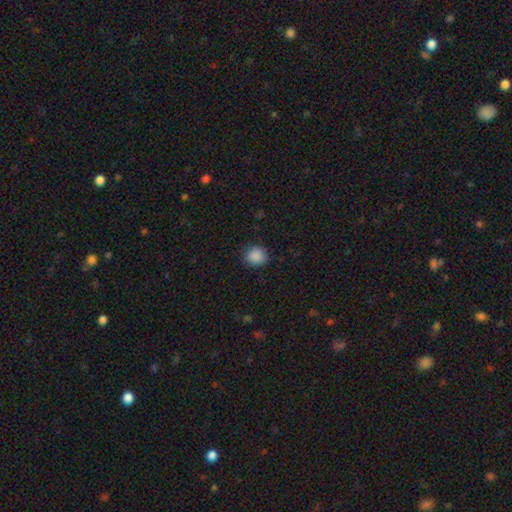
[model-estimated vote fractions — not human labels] The model was most divided on "how rounded": round: 86%, in between: 13%, cigar-shaped: 1%. More confident: merging — none (89%); smooth or featured — smooth (88%).